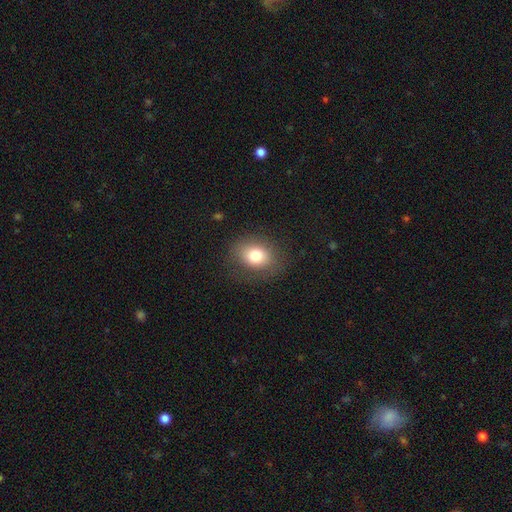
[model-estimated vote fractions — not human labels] The model was most divided on "how rounded": in between: 56%, round: 43%, cigar-shaped: 1%. More confident: merging — none (80%); smooth or featured — smooth (78%).